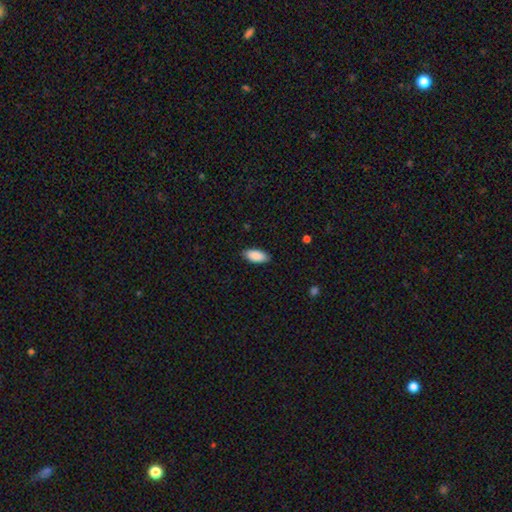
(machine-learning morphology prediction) smooth-or-featured: smooth: 90% | star or artifact: 6% | featured or disk: 4%
  how-rounded: in between: 91% | cigar-shaped: 7% | round: 2%
  merging: none: 88% | minor disturbance: 9% | major disturbance: 2% | merger: 1%